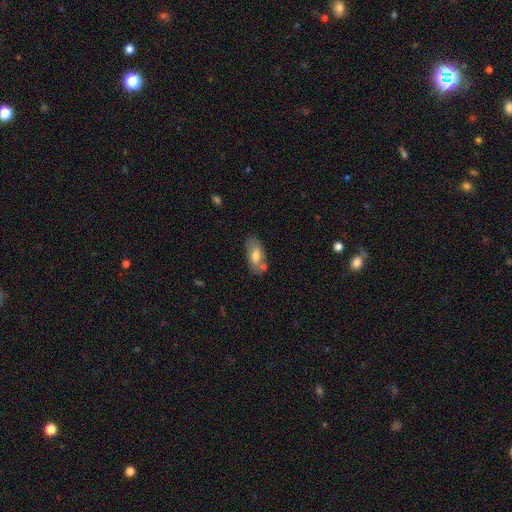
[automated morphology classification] smooth-or-featured: smooth: 67% | featured or disk: 26% | star or artifact: 6%
  how-rounded: in between: 91% | cigar-shaped: 5% | round: 4%
  merging: none: 63% | minor disturbance: 18% | merger: 15% | major disturbance: 5%